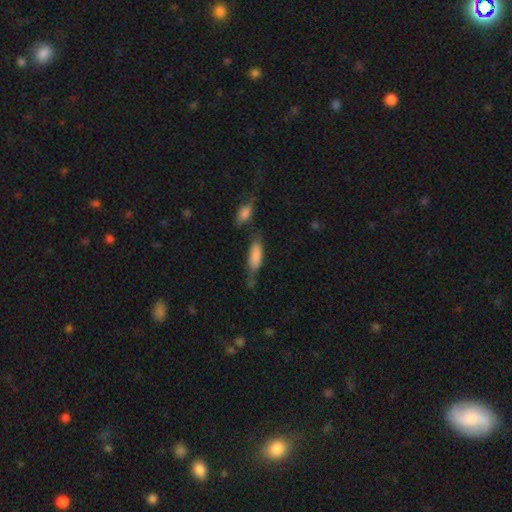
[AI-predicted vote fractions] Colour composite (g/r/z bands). It shows a smooth galaxy with no disk features (82%) that is in between round and cigar-shaped (57%). Merging: none (49%).